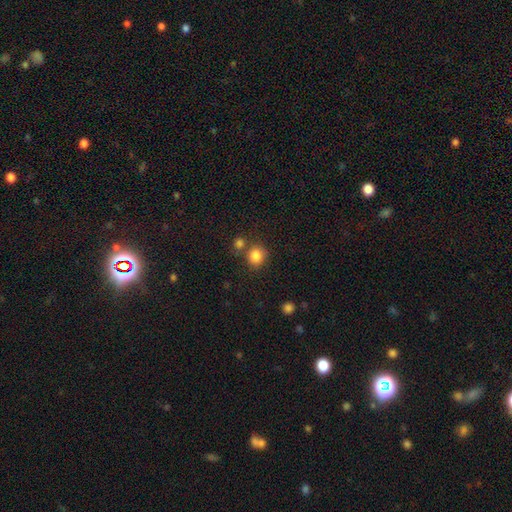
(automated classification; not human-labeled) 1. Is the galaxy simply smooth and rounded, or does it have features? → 84% smooth, 11% star or artifact, 5% featured or disk.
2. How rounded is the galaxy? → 81% round, 18% in between, 1% cigar-shaped.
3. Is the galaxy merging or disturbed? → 68% none, 18% merger, 11% minor disturbance, 4% major disturbance.